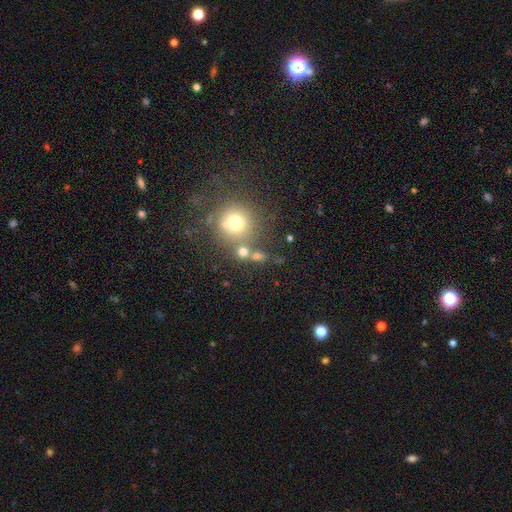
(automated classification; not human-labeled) smooth-or-featured: smooth: 58% | star or artifact: 26% | featured or disk: 17%
  how-rounded: round: 86% | in between: 12% | cigar-shaped: 2%
  merging: none: 62% | merger: 20% | minor disturbance: 11% | major disturbance: 7%